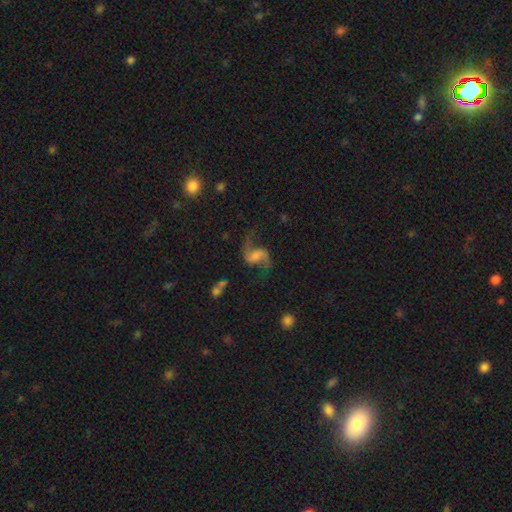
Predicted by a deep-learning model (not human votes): Smooth or featured?
  - featured or disk: 85% *
  - smooth: 8%
  - star or artifact: 7%
Edge-on disk?
  - no: 98% *
  - yes: 2%
Bar?
  - weak: 47% *
  - no: 31%
  - strong: 23%
Spiral arms?
  - yes: 96% *
  - no: 4%
Spiral winding?
  - loose: 76% *
  - medium: 21%
  - tight: 3%
Spiral arm count?
  - 2: 93% *
  - 1: 2%
  - can't tell: 2%
  - 3: 1%
  - 4: 1%
  - more than 4: 1%
Bulge size?
  - none: 35% *
  - small: 26%
  - moderate: 25%
  - large: 12%
  - dominant: 3%
Merging?
  - none: 71% *
  - minor disturbance: 14%
  - major disturbance: 12%
  - merger: 3%